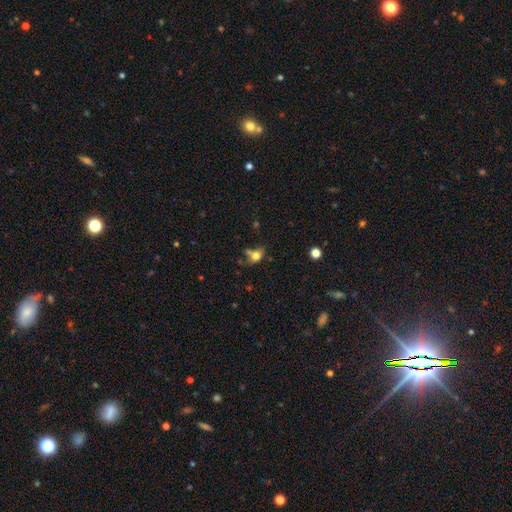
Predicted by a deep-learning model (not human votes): A smooth galaxy with no disk features (70%) that is in between round and cigar-shaped (56%). Merging: none (43%).